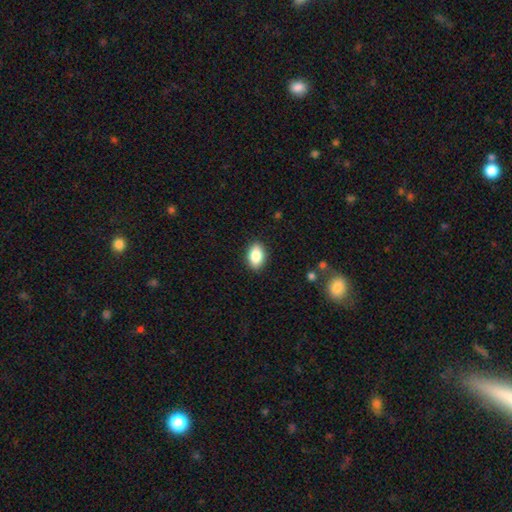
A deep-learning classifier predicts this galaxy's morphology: Smooth or featured? smooth (85%)
How rounded? in between (87%)
Merging? none (89%)